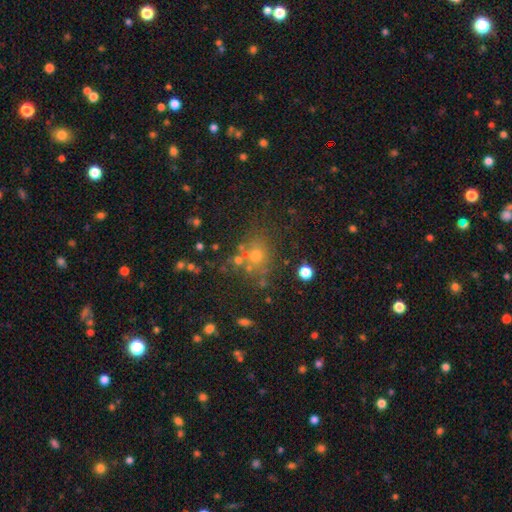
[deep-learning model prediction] Smooth or featured? Predicted: smooth (p=0.59). How rounded? Predicted: round (p=0.79). Merging? Predicted: none (p=0.67).